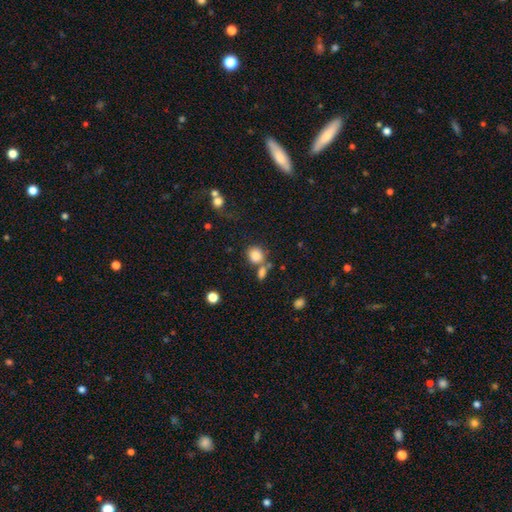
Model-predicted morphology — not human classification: smooth 83%, star or artifact 10%, featured or disk 7%. Down the decision tree: how rounded — round (75%); merging — none (55%).